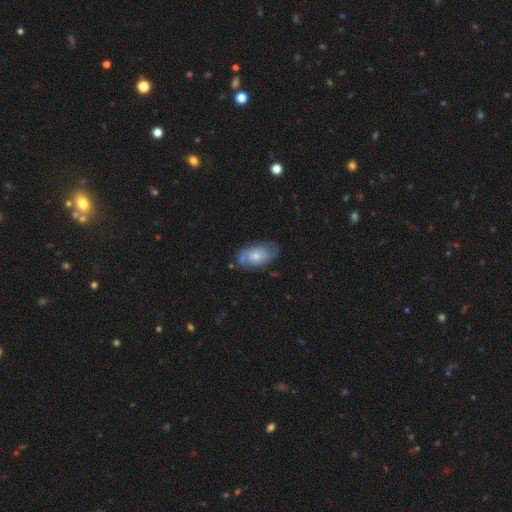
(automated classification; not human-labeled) The model was most divided on "smooth or featured": featured or disk: 50%, smooth: 44%, star or artifact: 7%. More confident: merging — none (63%).